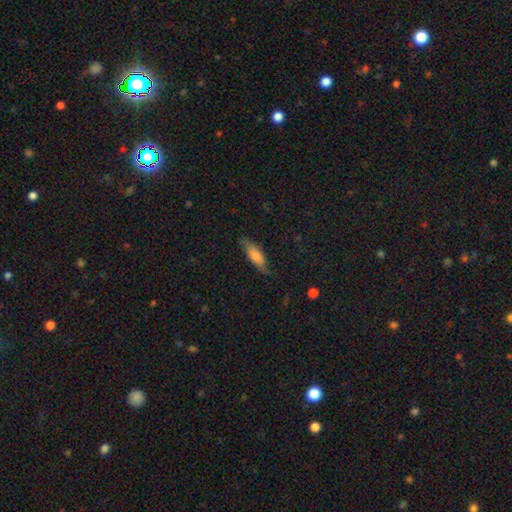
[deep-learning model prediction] Smooth or featured? smooth (74%)
How rounded? in between (56%)
Merging? none (69%)